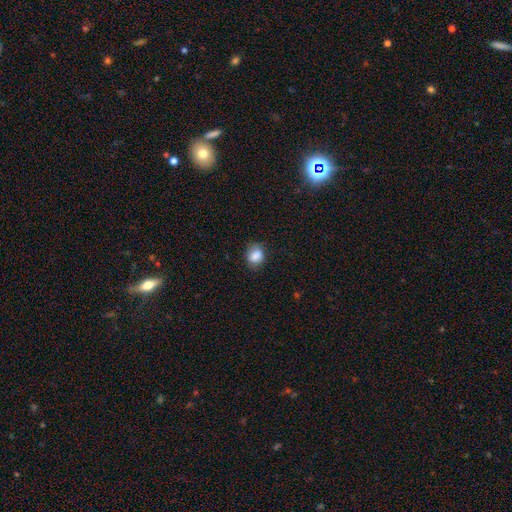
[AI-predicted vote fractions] A smooth galaxy with no disk features (85%) that is round (52%).

Vote fractions:
- Smooth or featured? smooth: 85% / star or artifact: 9% / featured or disk: 6%
- How rounded? round: 52% / in between: 46% / cigar-shaped: 1%
- Merging? none: 72% / minor disturbance: 21% / major disturbance: 5% / merger: 1%